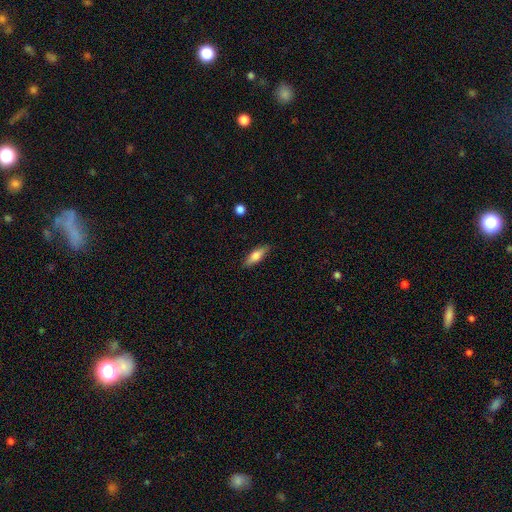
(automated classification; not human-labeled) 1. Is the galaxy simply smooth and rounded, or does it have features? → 69% smooth, 25% featured or disk, 7% star or artifact.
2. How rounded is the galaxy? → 53% in between, 44% cigar-shaped, 3% round.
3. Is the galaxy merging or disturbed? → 86% none, 10% minor disturbance, 2% major disturbance, 1% merger.